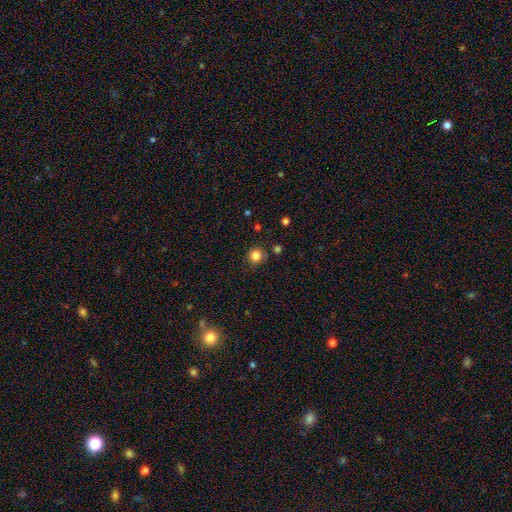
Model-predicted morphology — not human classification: This appears to be a smooth galaxy with no disk features (84%) that is round (92%). Merging: none (85%).